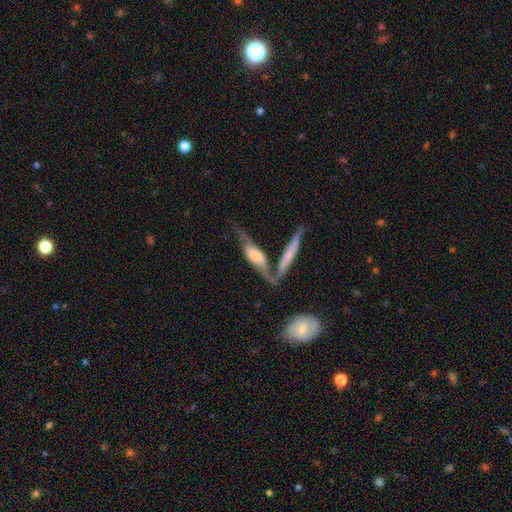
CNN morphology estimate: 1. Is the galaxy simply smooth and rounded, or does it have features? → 64% featured or disk, 30% smooth, 6% star or artifact.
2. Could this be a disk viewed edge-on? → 53% yes, 47% no.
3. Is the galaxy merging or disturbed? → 36% none, 34% merger, 18% minor disturbance, 12% major disturbance.